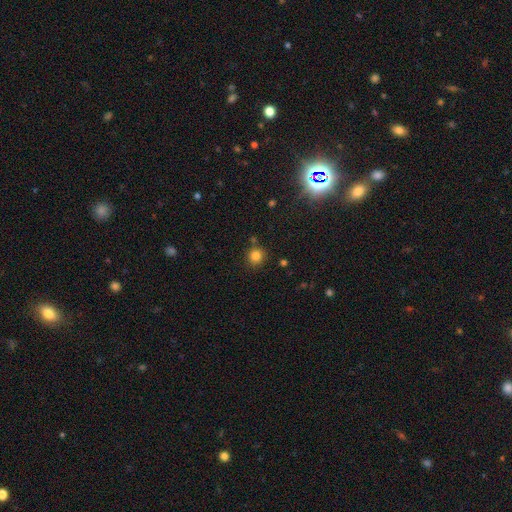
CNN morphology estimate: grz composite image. It shows a smooth galaxy with no disk features (81%) that is round (92%). Merging: none (84%).